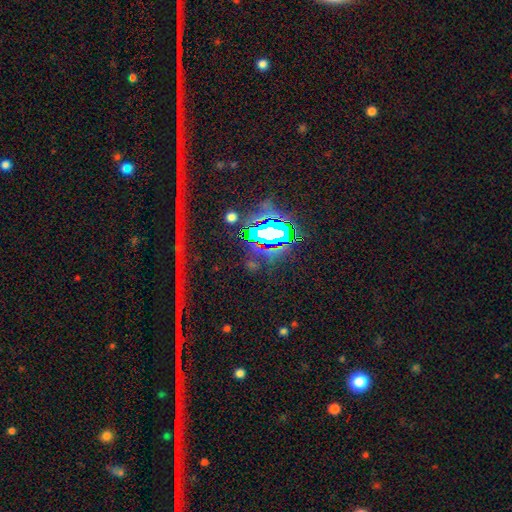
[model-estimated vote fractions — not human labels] smooth_or_featured: star or artifact (p=0.83) [alt: smooth p=0.09]